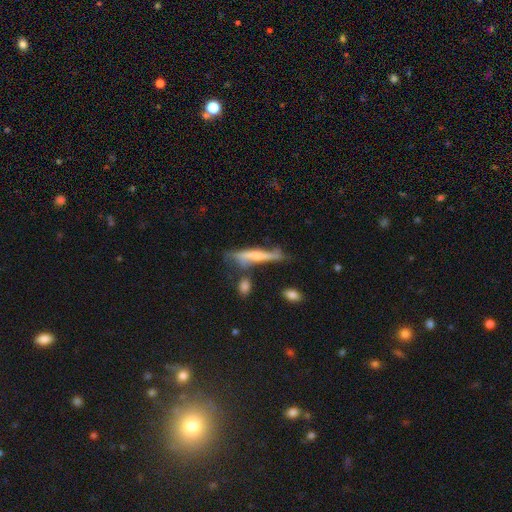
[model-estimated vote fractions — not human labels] Q: Smooth or featured?
A: featured or disk (51%); runner-up: smooth (42%)
Q: Edge-on disk?
A: yes (76%); runner-up: no (24%)
Q: Merging?
A: none (45%); runner-up: minor disturbance (26%)